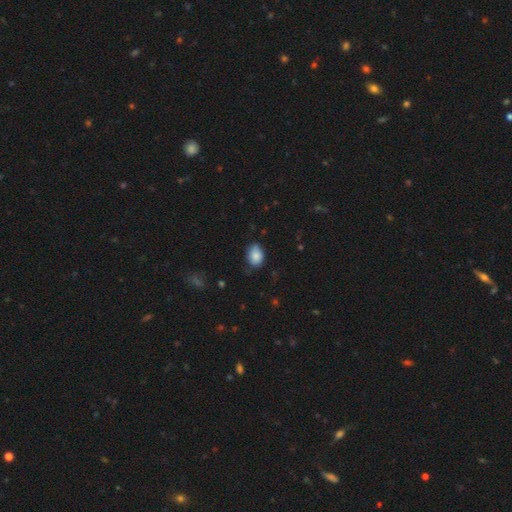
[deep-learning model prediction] A smooth galaxy with no disk features (85%) that is in between round and cigar-shaped (77%).

Vote fractions:
- Smooth or featured? smooth: 85% / star or artifact: 8% / featured or disk: 7%
- How rounded? in between: 77% / round: 22% / cigar-shaped: 1%
- Merging? none: 65% / minor disturbance: 28% / major disturbance: 5% / merger: 2%